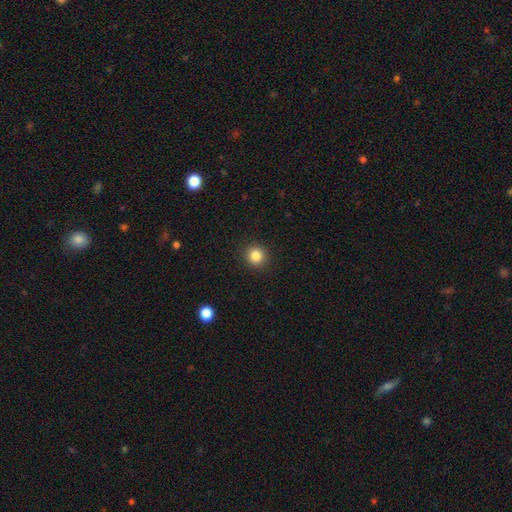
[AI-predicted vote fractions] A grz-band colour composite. It shows a smooth galaxy with no disk features (85%) that is round (90%). Merging: none (92%).